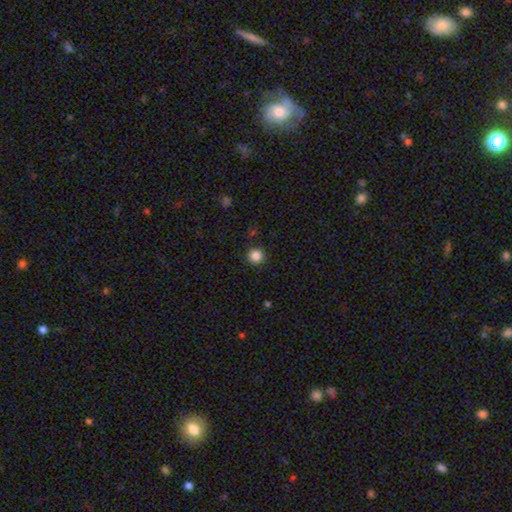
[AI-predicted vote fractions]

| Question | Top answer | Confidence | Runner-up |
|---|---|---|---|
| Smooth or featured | smooth | 86% | star or artifact (11%) |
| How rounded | round | 94% | in between (5%) |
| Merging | none | 90% | minor disturbance (7%) |